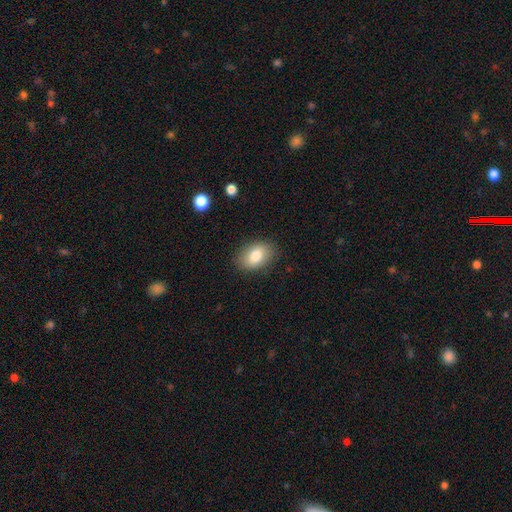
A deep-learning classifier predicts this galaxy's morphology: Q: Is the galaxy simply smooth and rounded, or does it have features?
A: smooth — 80%.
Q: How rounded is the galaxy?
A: in between — 83%.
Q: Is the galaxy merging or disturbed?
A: none — 85%.